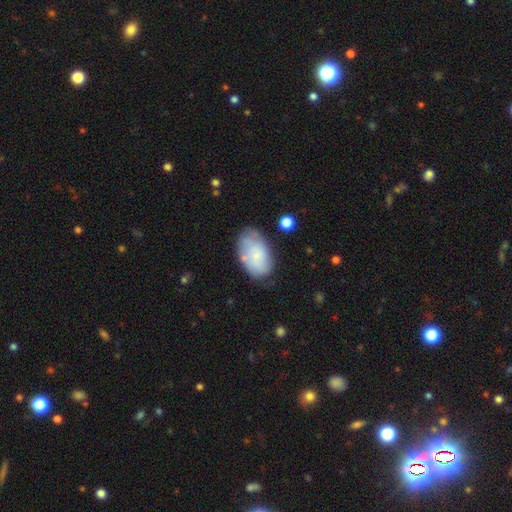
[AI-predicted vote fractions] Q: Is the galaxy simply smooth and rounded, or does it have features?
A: smooth — 65%.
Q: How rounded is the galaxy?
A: in between — 92%.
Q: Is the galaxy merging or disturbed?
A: none — 64%.